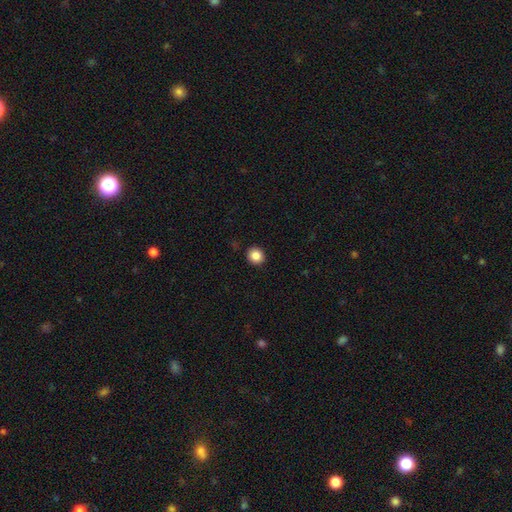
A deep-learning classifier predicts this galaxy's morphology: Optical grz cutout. It shows a smooth galaxy with no disk features (86%) that is round (82%). Merging: none (92%).